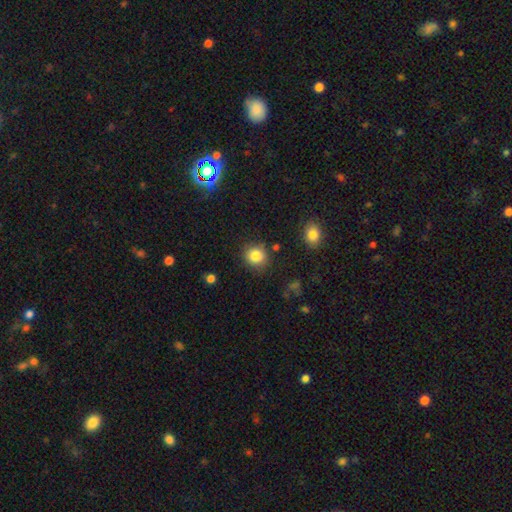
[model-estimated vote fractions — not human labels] Overall: smooth (84%). How rounded: round (85%). Merging: none (83%).